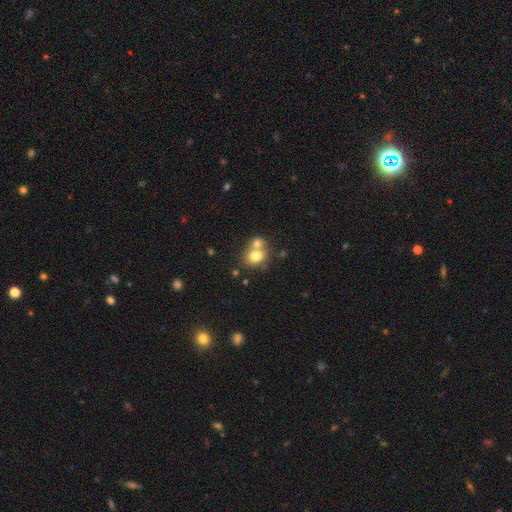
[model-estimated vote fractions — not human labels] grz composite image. It shows a smooth galaxy with no disk features (75%) that is round (66%). Merging: merger (53%).